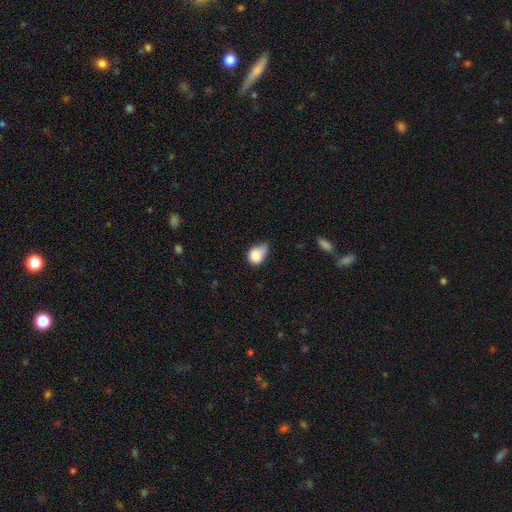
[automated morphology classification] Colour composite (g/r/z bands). It shows a smooth galaxy with no disk features (81%) that is in between round and cigar-shaped (54%). Merging: minor disturbance (49%).